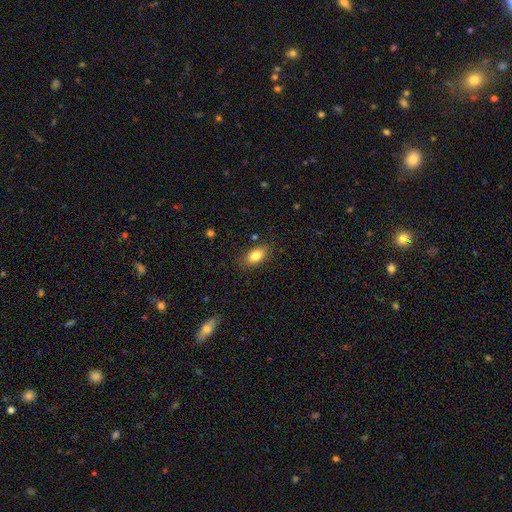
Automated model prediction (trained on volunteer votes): This is clearly a smooth galaxy (83%). How rounded: clearly in between (88%). Merging: clearly none (82%).